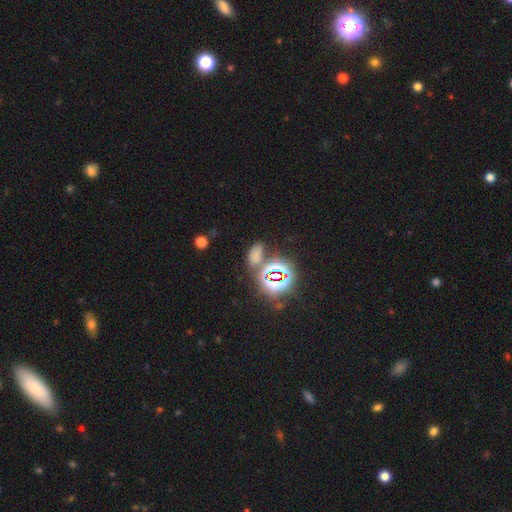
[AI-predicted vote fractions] This appears to be a smooth galaxy with no disk features (50%) that is in between round and cigar-shaped (82%). Merging: none (60%).